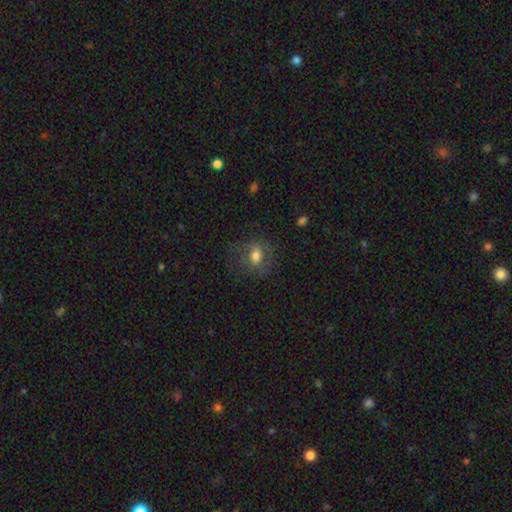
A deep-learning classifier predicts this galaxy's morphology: This is likely a smooth galaxy (62%). How rounded: possibly round (53%). Merging: likely none (66%).